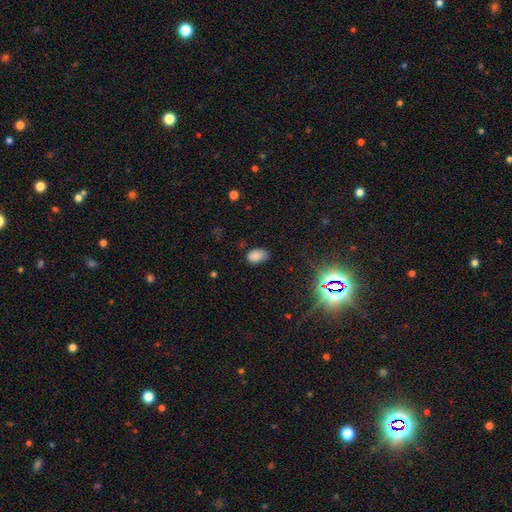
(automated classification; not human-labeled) A smooth galaxy with no disk features (82%) that is in between round and cigar-shaped (90%). Merging: none (73%).